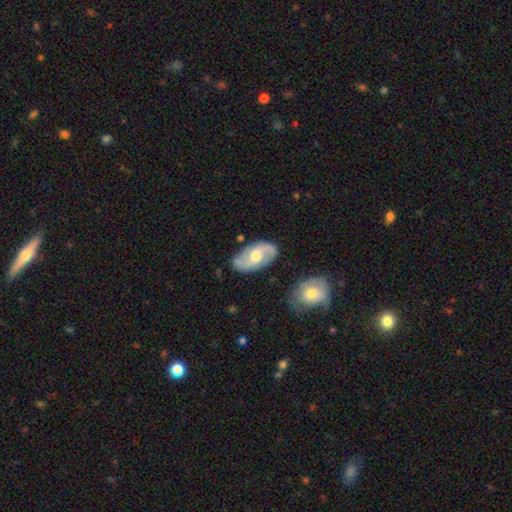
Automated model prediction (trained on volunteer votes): Overall: featured or disk (73%). Edge-on disk: no (94%). Bar: no (49%; weak 43%). Spiral arms: yes (89%). Spiral arm count: 2 (87%). Spiral winding: medium (46%; loose 36%). Bulge size: moderate (67%). Merging: none (78%).